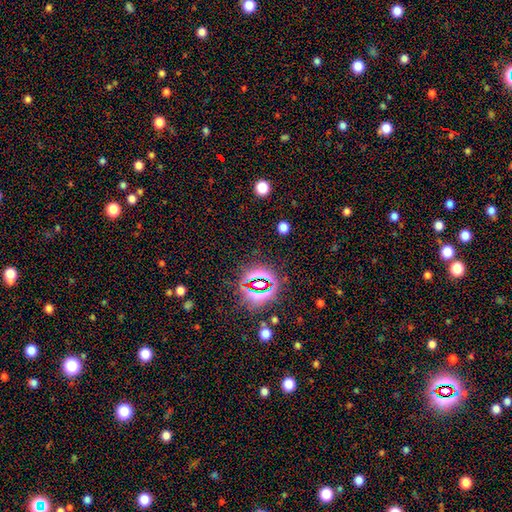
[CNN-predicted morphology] type=star or artifact (80%).